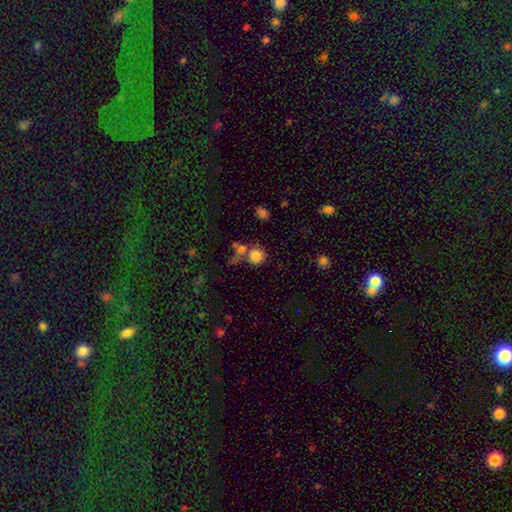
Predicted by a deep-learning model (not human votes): This is likely a smooth galaxy (76%). How rounded: clearly round (83%). Merging: possibly none (47%).